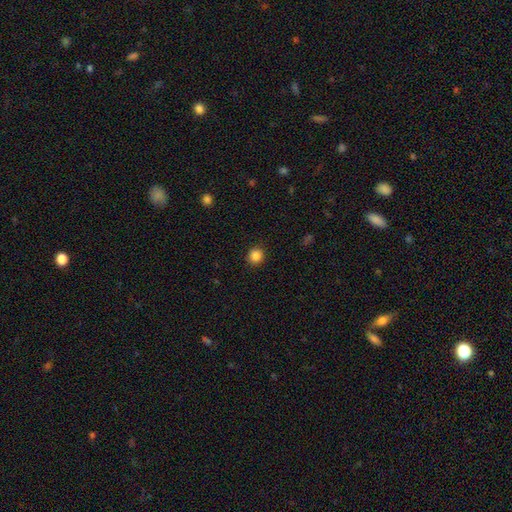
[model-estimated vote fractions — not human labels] Smooth or featured?
  - smooth: 86% *
  - star or artifact: 11%
  - featured or disk: 3%
How rounded?
  - round: 91% *
  - in between: 8%
  - cigar-shaped: 1%
Merging?
  - none: 91% *
  - minor disturbance: 6%
  - major disturbance: 2%
  - merger: 1%